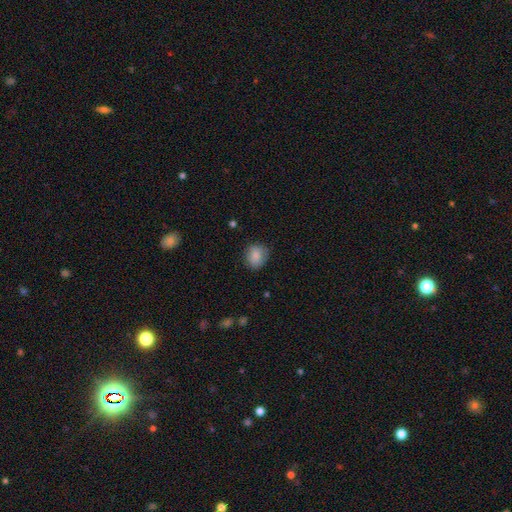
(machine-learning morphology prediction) Smooth or featured? Predicted: smooth (p=0.85). How rounded? Predicted: round (p=0.65). Merging? Predicted: none (p=0.77).